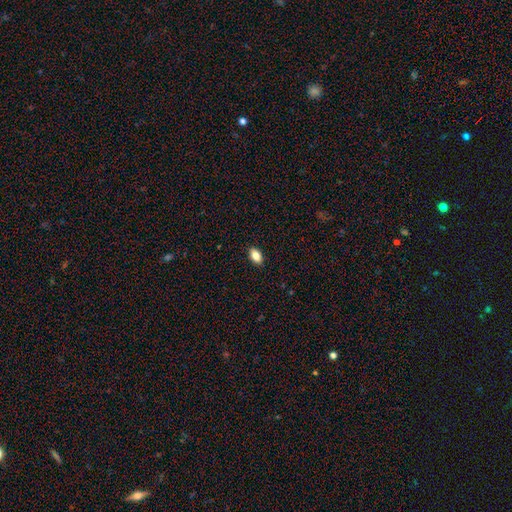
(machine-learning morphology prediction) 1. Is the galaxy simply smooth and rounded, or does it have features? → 83% smooth, 8% featured or disk, 8% star or artifact.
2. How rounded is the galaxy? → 90% in between, 7% round, 3% cigar-shaped.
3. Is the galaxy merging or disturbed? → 90% none, 7% minor disturbance, 2% major disturbance, 1% merger.